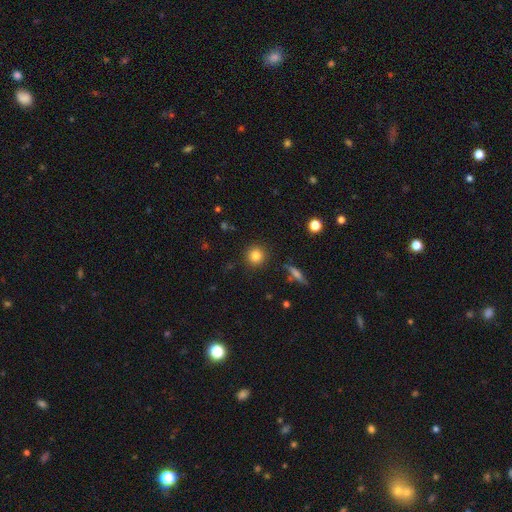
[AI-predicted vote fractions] smooth_or_featured: smooth (p=0.82) [alt: star or artifact p=0.11]
how_rounded: round (p=0.93) [alt: in between p=0.05]
merging: none (p=0.90) [alt: minor disturbance p=0.06]